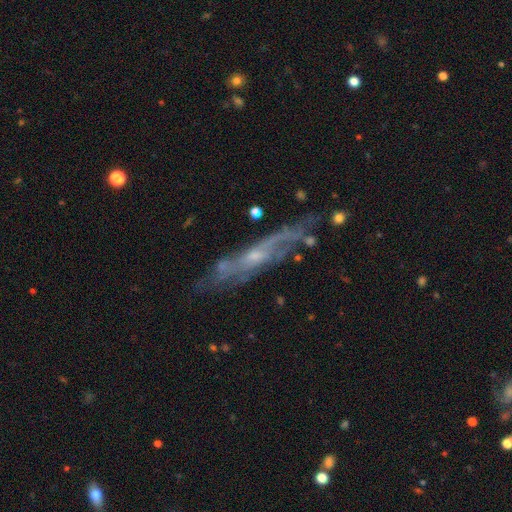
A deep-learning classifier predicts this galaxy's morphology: Overall: featured or disk (75%). Edge-on disk: no (51%; yes 49%). Merging: none (61%; minor disturbance 23%).